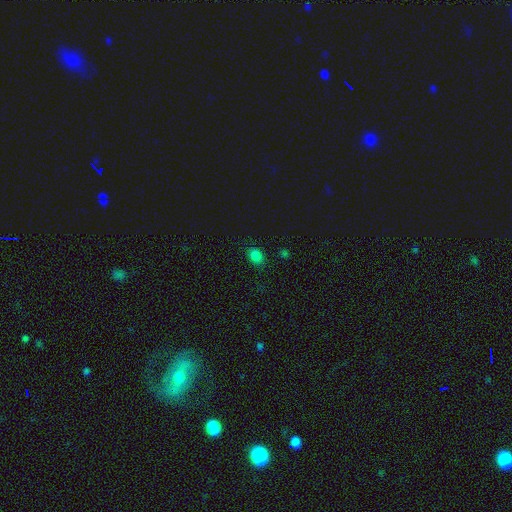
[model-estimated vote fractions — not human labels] A smooth galaxy with no disk features (80%) that is round (50%).

Vote fractions:
- Smooth or featured? smooth: 80% / star or artifact: 16% / featured or disk: 4%
- How rounded? round: 50% / in between: 49% / cigar-shaped: 1%
- Merging? none: 83% / minor disturbance: 12% / major disturbance: 3% / merger: 2%